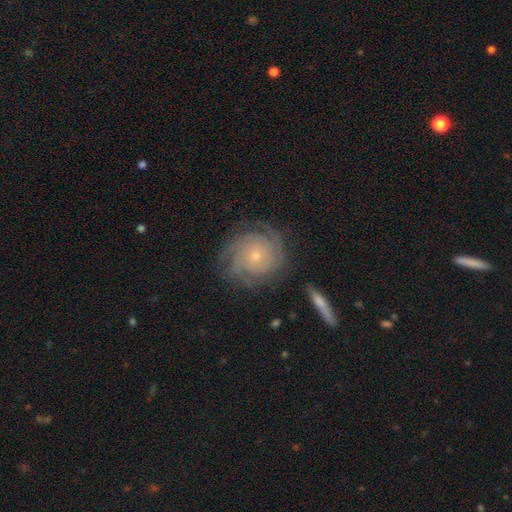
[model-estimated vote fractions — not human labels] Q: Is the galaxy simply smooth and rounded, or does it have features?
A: featured or disk — 80%.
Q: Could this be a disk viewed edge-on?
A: no — 97%.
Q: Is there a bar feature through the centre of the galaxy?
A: no — 81%.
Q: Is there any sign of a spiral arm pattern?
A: yes — 95%.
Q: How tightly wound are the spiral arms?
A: tight — 73%.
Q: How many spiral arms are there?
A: can't tell — 32%.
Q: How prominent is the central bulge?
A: small — 77%.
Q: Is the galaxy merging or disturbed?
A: none — 78%.